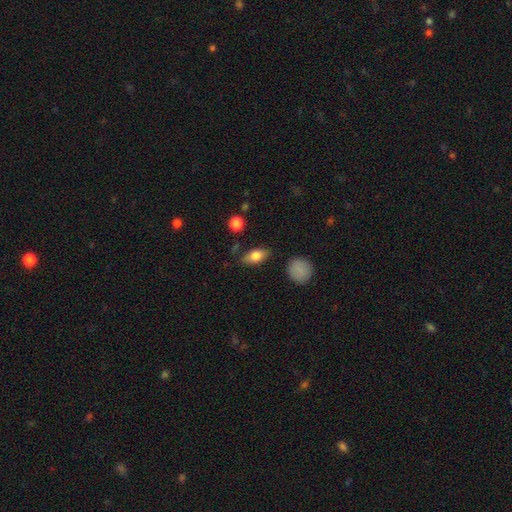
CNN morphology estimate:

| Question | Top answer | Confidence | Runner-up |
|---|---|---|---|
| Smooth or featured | smooth | 75% | featured or disk (17%) |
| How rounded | in between | 84% | cigar-shaped (9%) |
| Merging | none | 80% | minor disturbance (14%) |